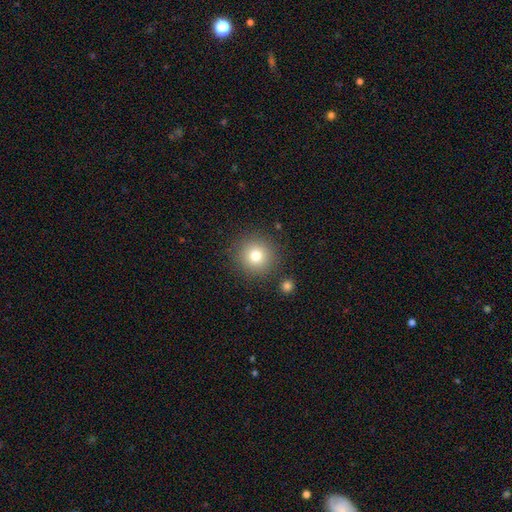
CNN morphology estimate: A smooth galaxy with no disk features (77%) that is round (95%). Merging: none (87%).